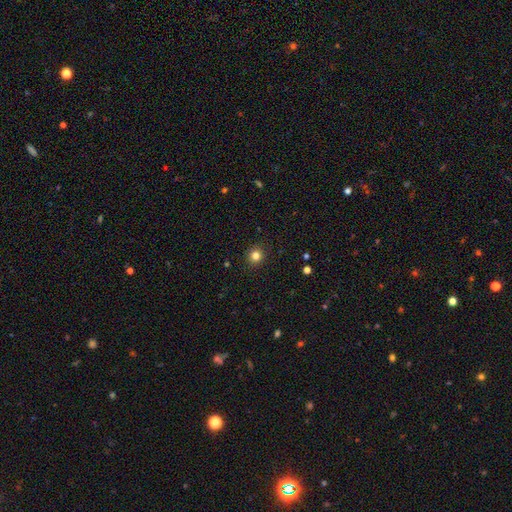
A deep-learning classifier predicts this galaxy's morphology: Overall: smooth (82%). How rounded: round (90%). Merging: none (92%).